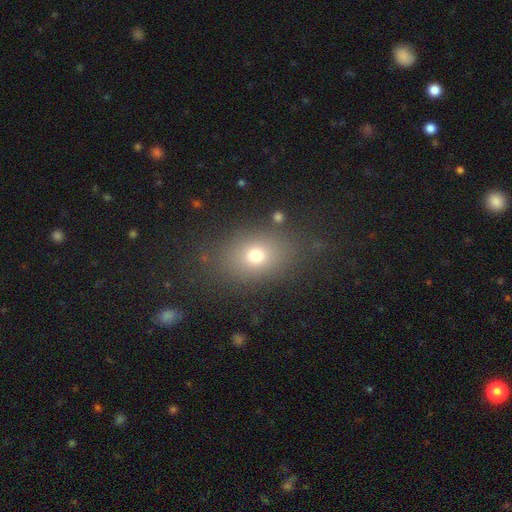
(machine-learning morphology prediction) Smooth or featured: smooth — 72% (star or artifact — 16%)
How rounded: in between — 65% (round — 34%)
Merging: none — 79% (minor disturbance — 12%)